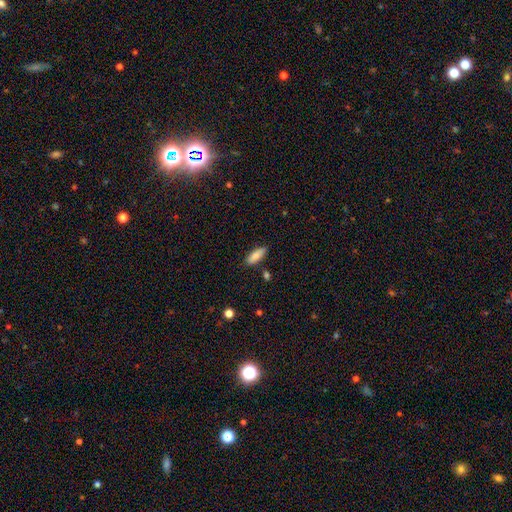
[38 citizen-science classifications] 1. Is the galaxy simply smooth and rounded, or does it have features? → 84% smooth, 11% featured or disk, 5% star or artifact.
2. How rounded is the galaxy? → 62% in between, 34% cigar-shaped, 3% round.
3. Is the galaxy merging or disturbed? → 81% none, 17% minor disturbance, 3% major disturbance, 0% merger.